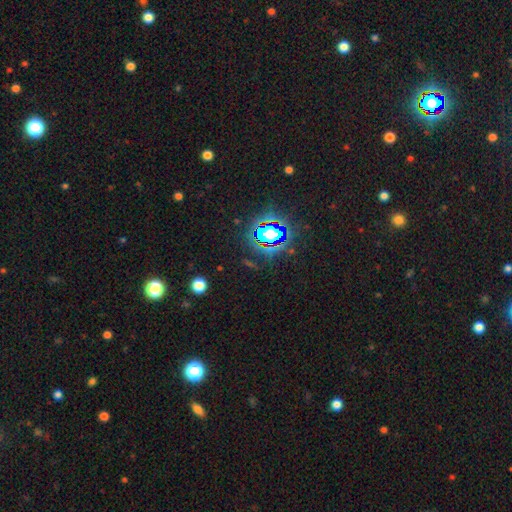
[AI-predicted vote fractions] smooth_or_featured: star or artifact (p=0.82) [alt: smooth p=0.11]